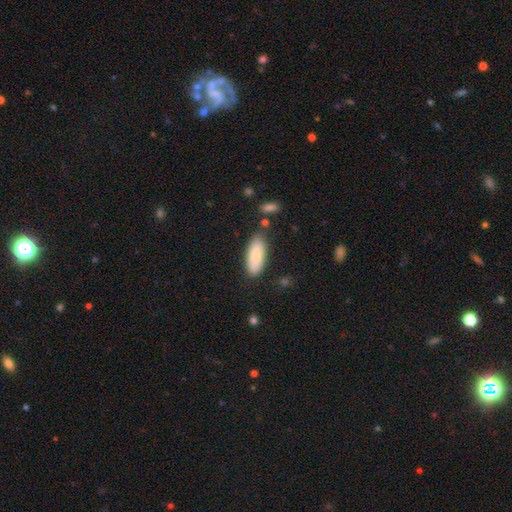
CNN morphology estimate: Smooth or featured?
  - smooth: 79% *
  - featured or disk: 15%
  - star or artifact: 6%
How rounded?
  - in between: 81% *
  - cigar-shaped: 17%
  - round: 2%
Merging?
  - none: 78% *
  - minor disturbance: 15%
  - merger: 4%
  - major disturbance: 3%